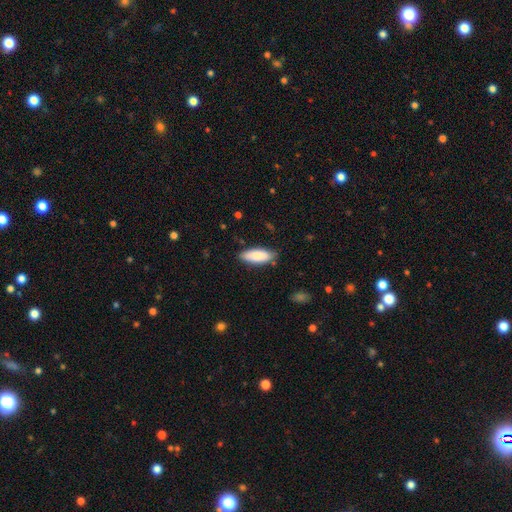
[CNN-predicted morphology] Smooth or featured? smooth (84%)
How rounded? in between (77%)
Merging? none (80%)